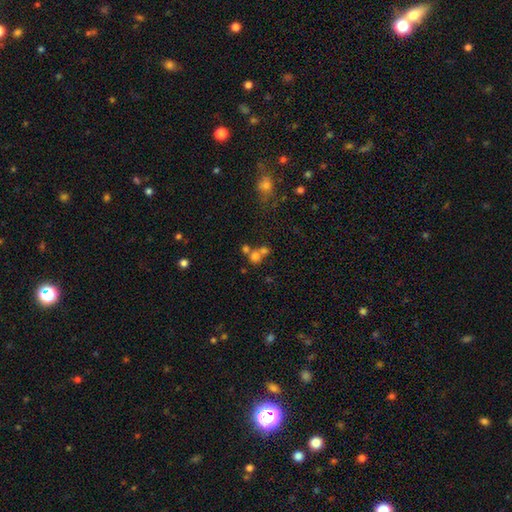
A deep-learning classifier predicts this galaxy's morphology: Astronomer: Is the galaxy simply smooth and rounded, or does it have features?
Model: smooth — 67%.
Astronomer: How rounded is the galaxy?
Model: round — 83%.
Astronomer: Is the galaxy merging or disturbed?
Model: merger — 48% (runner-up: none, 41%).